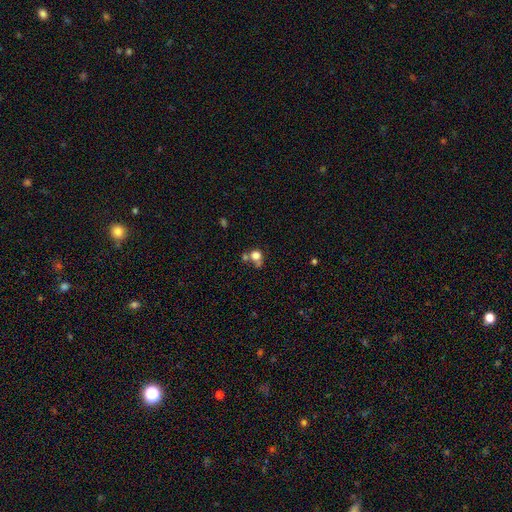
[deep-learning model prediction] The model was most divided on "merging": none: 41%, merger: 35%, minor disturbance: 14%, major disturbance: 11%. More confident: how rounded — round (78%); smooth or featured — smooth (75%).